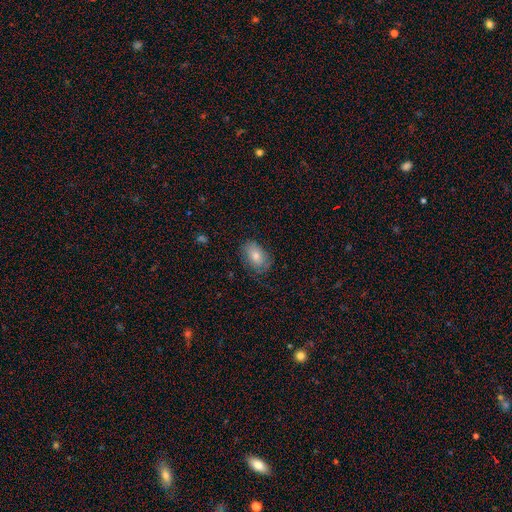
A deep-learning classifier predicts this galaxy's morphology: This is likely a smooth galaxy (66%). How rounded: clearly in between (85%). Merging: likely none (72%).